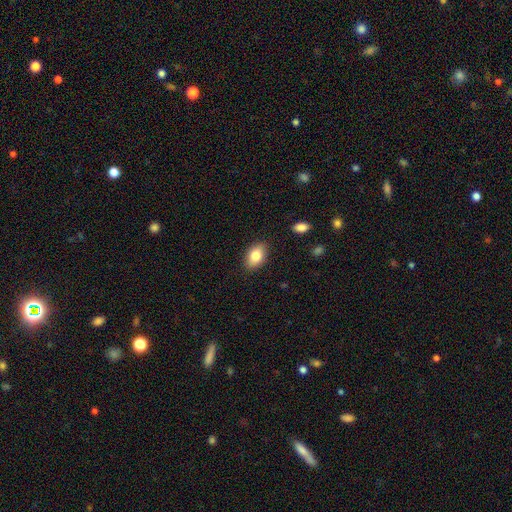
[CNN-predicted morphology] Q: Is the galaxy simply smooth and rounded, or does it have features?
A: smooth — 82%.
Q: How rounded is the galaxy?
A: in between — 89%.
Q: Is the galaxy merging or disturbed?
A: none — 87%.